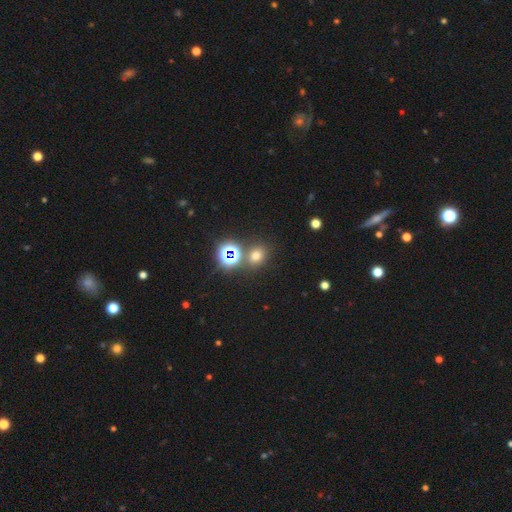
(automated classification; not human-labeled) Overall: smooth (61%; star or artifact 32%). How rounded: round (71%). Merging: none (76%).